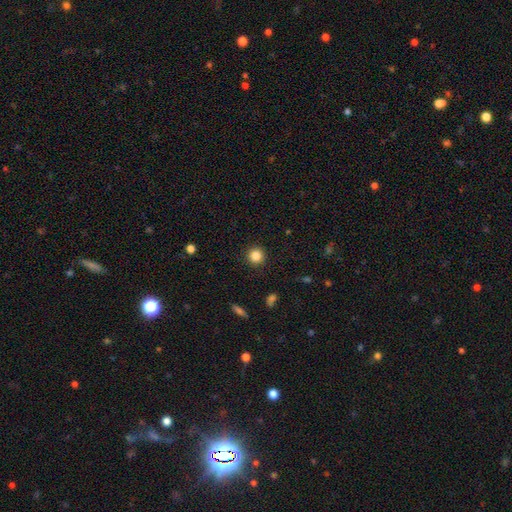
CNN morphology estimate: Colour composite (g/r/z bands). It shows a smooth galaxy with no disk features (84%) that is round (95%). Merging: none (92%).